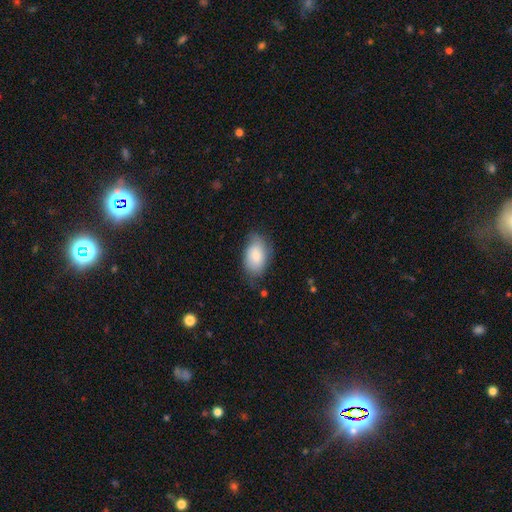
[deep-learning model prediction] smooth-or-featured: smooth: 81% | featured or disk: 13% | star or artifact: 6%
  how-rounded: in between: 93% | round: 6% | cigar-shaped: 1%
  merging: none: 64% | minor disturbance: 28% | major disturbance: 7% | merger: 1%